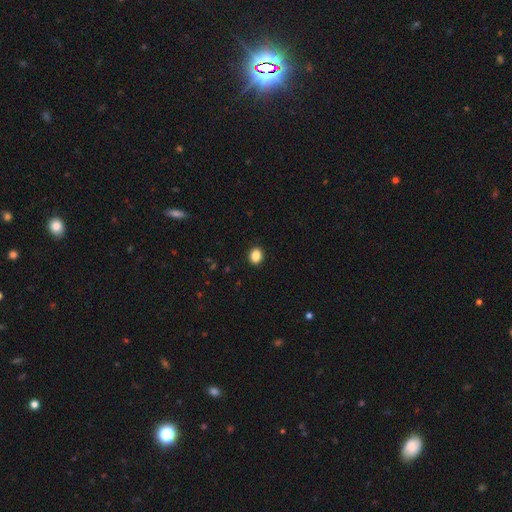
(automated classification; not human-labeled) Q: Smooth or featured?
A: smooth (87%); runner-up: star or artifact (9%)
Q: How rounded?
A: round (54%); runner-up: in between (45%)
Q: Merging?
A: none (92%); runner-up: minor disturbance (6%)